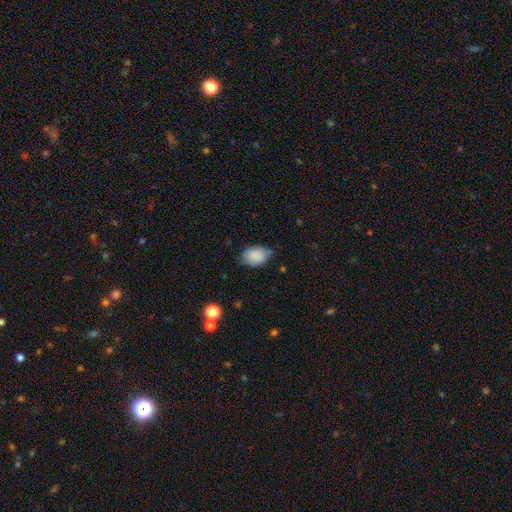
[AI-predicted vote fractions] This is clearly a smooth galaxy (87%). How rounded: clearly in between (80%). Merging: likely none (64%).